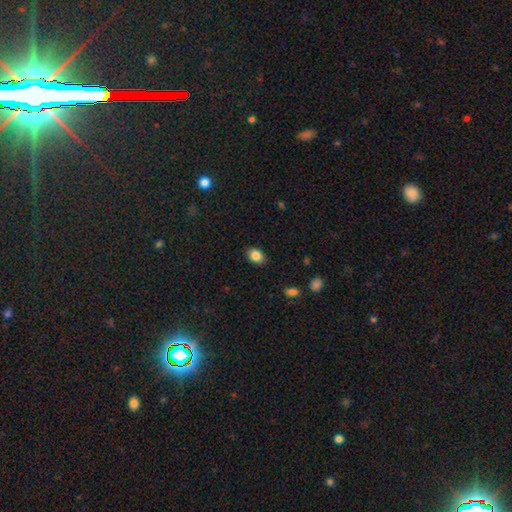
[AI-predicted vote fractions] Smooth or featured? smooth (85%)
How rounded? in between (75%)
Merging? none (86%)